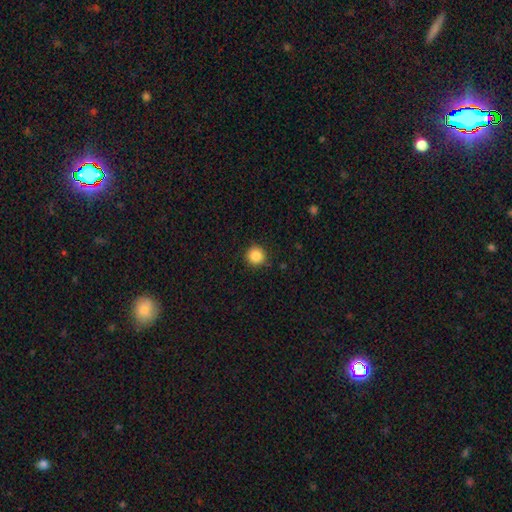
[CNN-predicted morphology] Q: Smooth or featured?
A: smooth (87%); runner-up: star or artifact (10%)
Q: How rounded?
A: round (94%); runner-up: in between (5%)
Q: Merging?
A: none (90%); runner-up: minor disturbance (7%)